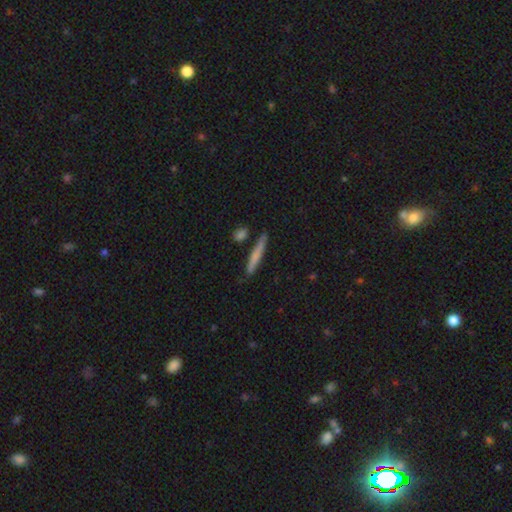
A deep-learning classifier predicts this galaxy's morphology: A smooth galaxy with no disk features (67%) that is cigar-shaped (93%). Merging: none (82%).